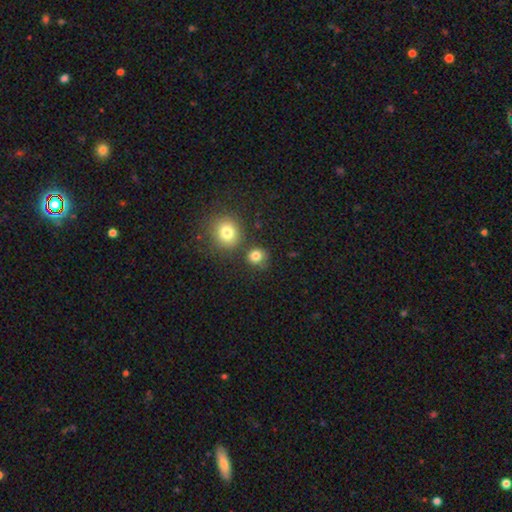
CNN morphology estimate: Q: Smooth or featured?
A: smooth (81%); runner-up: star or artifact (13%)
Q: How rounded?
A: round (85%); runner-up: in between (14%)
Q: Merging?
A: none (76%); runner-up: merger (11%)